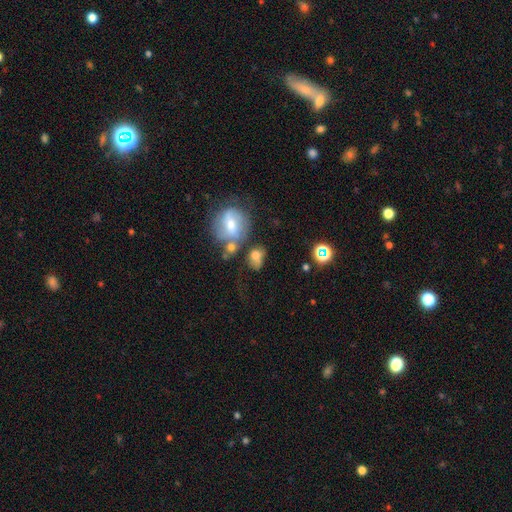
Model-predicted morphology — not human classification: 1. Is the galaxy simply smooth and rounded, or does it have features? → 67% smooth, 20% featured or disk, 13% star or artifact.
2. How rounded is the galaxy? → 63% in between, 34% round, 3% cigar-shaped.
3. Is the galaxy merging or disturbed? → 42% none, 24% merger, 21% minor disturbance, 12% major disturbance.